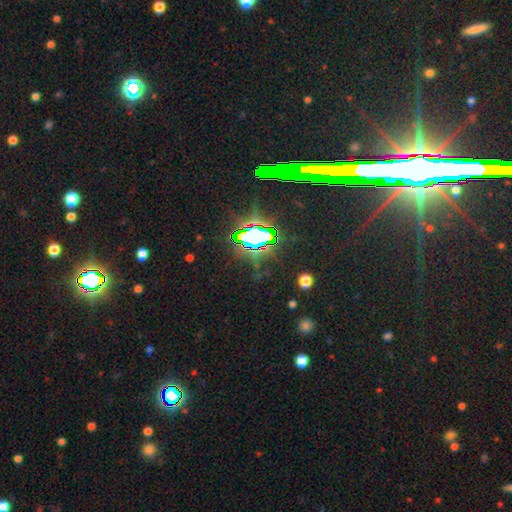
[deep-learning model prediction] Morphology: type=star or artifact (83%).